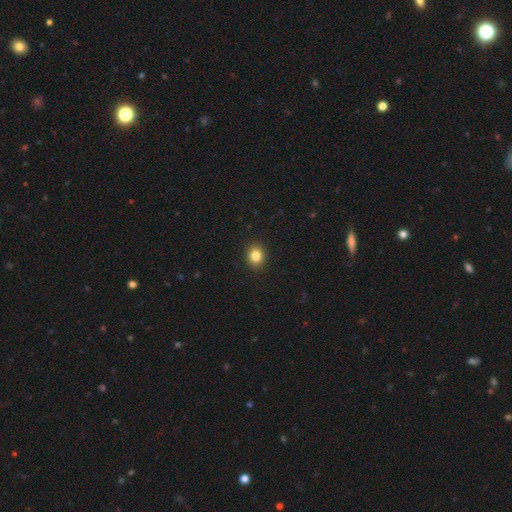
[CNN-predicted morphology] A smooth galaxy with no disk features (83%) that is round (64%). Merging: none (92%).